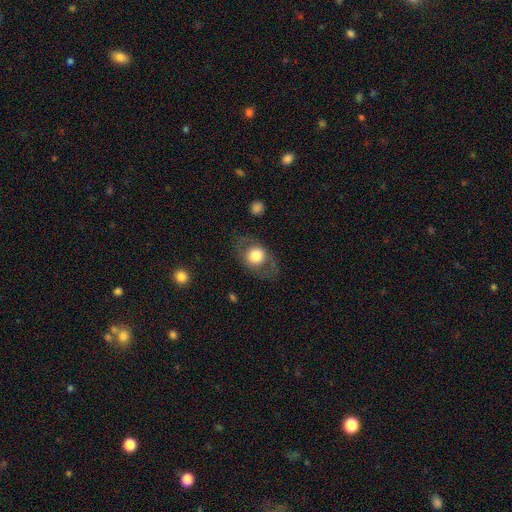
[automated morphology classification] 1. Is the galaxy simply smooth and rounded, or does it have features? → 63% smooth, 30% featured or disk, 7% star or artifact.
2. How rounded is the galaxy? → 51% in between, 48% round, 1% cigar-shaped.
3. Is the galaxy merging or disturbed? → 73% none, 14% minor disturbance, 11% major disturbance, 1% merger.